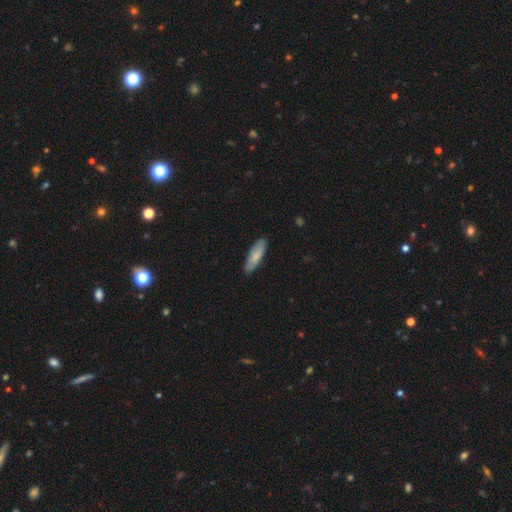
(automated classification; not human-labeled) Overall: smooth (75%). How rounded: cigar-shaped (51%; in between 47%). Merging: none (85%).